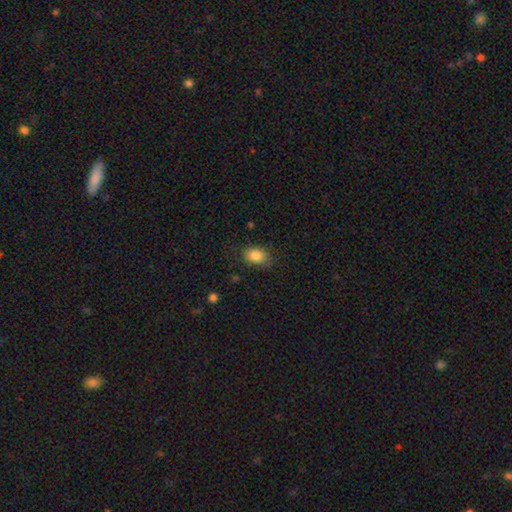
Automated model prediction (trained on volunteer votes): smooth-or-featured: smooth: 85% | star or artifact: 9% | featured or disk: 6%
  how-rounded: in between: 73% | round: 26% | cigar-shaped: 1%
  merging: none: 76% | minor disturbance: 18% | major disturbance: 5% | merger: 1%